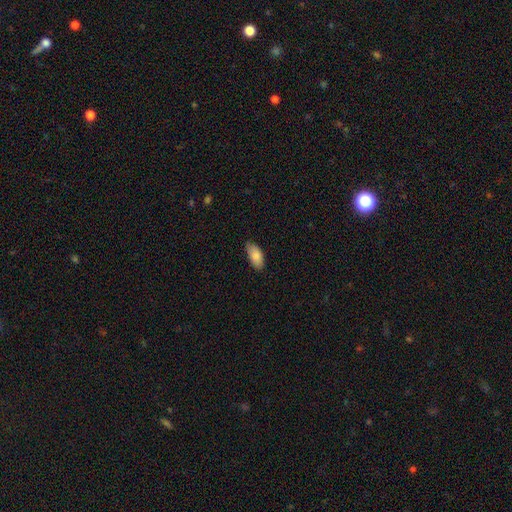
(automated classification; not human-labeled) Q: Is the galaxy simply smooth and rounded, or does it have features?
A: smooth — 86%.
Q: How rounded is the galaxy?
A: in between — 91%.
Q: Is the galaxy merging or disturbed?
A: none — 75%.